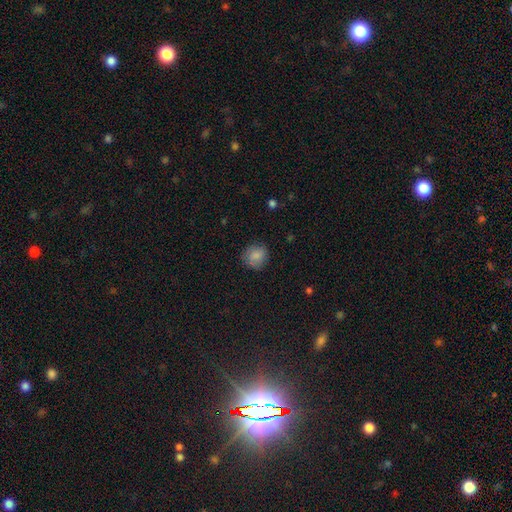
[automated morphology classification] smooth-or-featured: smooth: 84% | star or artifact: 9% | featured or disk: 8%
  how-rounded: round: 84% | in between: 15% | cigar-shaped: 1%
  merging: none: 80% | minor disturbance: 15% | major disturbance: 4% | merger: 1%